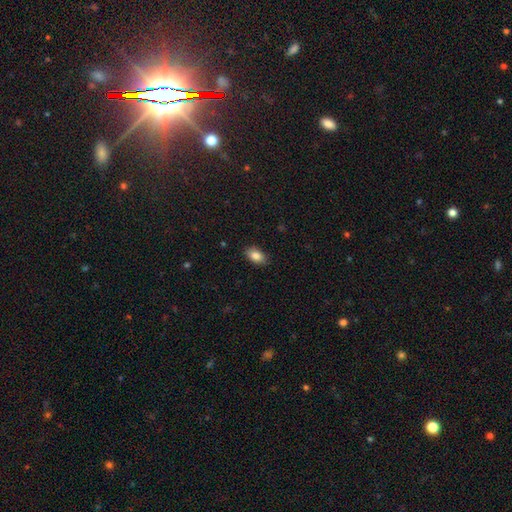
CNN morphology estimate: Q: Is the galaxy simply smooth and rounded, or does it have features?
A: smooth — 86%.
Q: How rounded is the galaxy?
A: in between — 90%.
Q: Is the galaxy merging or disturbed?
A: none — 88%.